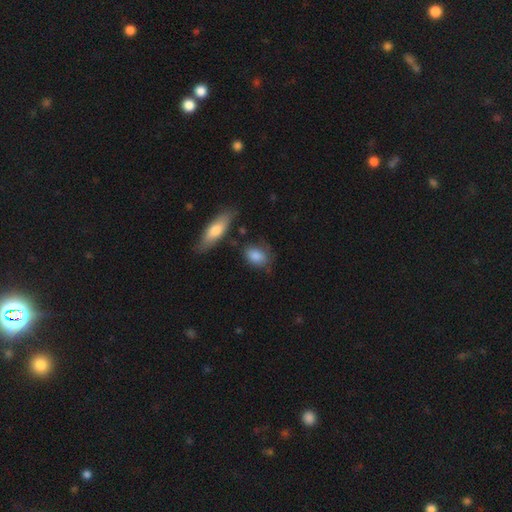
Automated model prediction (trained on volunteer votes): Smooth or featured? smooth (84%)
How rounded? in between (81%)
Merging? none (61%)